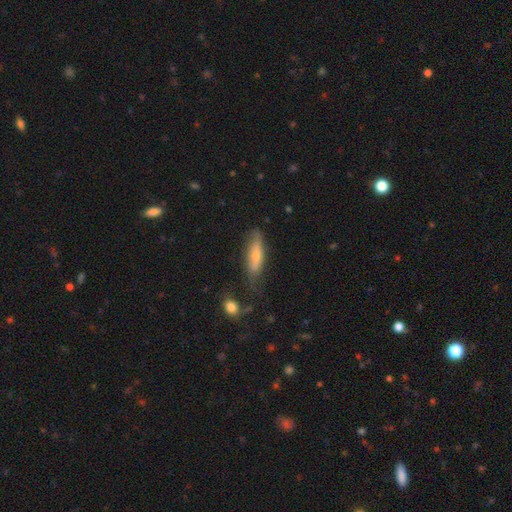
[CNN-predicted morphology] smooth 56%, featured or disk 36%, star or artifact 8%. Down the decision tree: how rounded — cigar-shaped (66%); merging — none (64%).